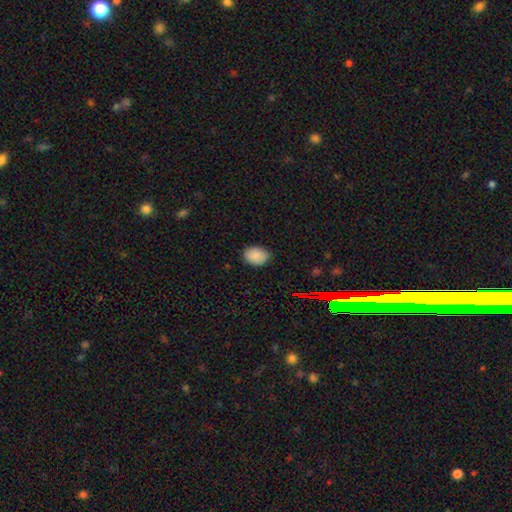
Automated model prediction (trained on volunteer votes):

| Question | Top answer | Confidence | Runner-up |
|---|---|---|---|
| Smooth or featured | smooth | 86% | star or artifact (9%) |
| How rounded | in between | 71% | round (28%) |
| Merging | none | 82% | minor disturbance (14%) |